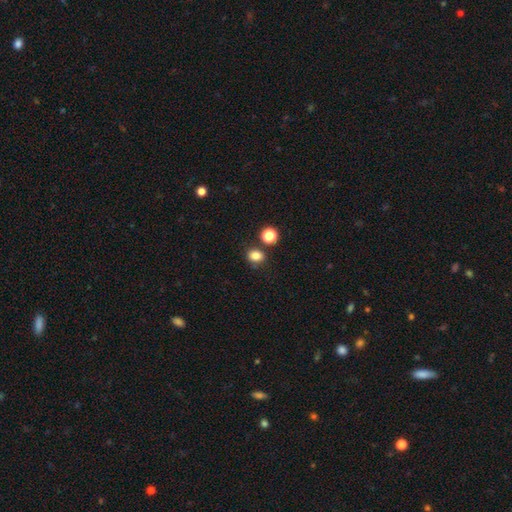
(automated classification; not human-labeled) This appears to be a smooth galaxy with no disk features (82%) that is round (51%). Merging: none (76%).